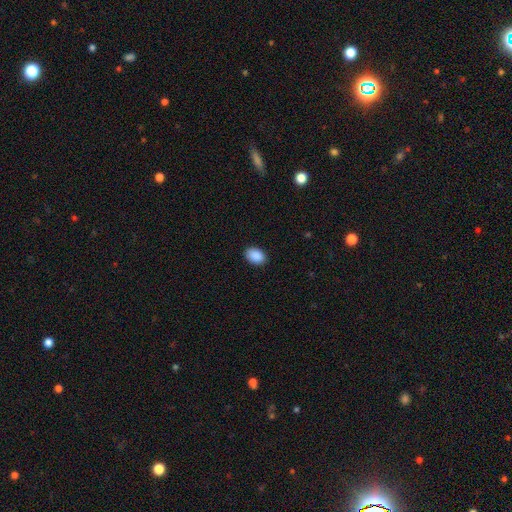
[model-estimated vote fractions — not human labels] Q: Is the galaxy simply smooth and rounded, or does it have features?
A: smooth — 90%.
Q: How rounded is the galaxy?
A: in between — 79%.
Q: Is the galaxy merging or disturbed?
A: none — 89%.